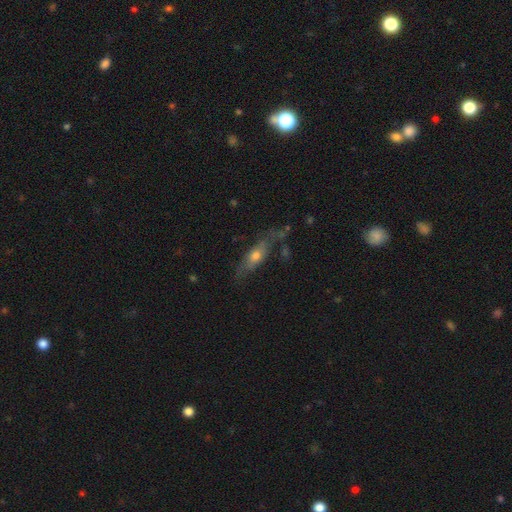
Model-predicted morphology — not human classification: type=smooth (47%); merging=none (56%).